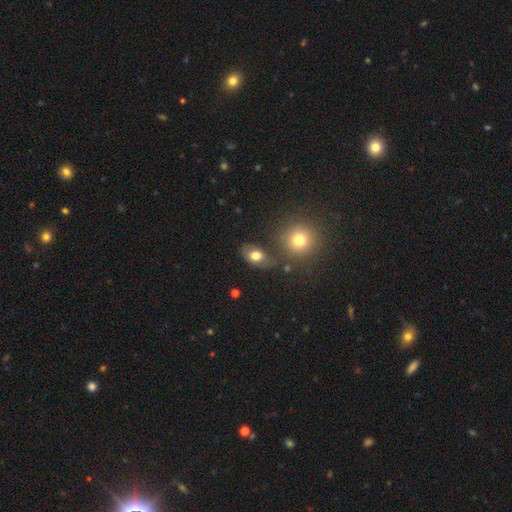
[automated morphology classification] smooth 76%, featured or disk 14%, star or artifact 11%. Down the decision tree: how rounded — in between (75%); merging — none (61%).